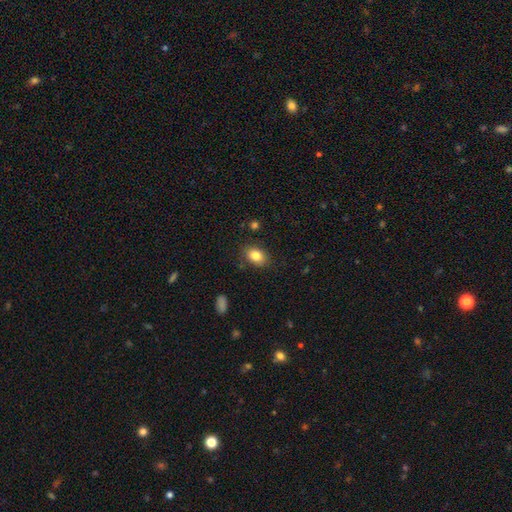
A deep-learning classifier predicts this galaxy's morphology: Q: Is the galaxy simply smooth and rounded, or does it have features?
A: smooth — 83%.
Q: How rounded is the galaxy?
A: in between — 78%.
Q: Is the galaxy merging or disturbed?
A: none — 84%.